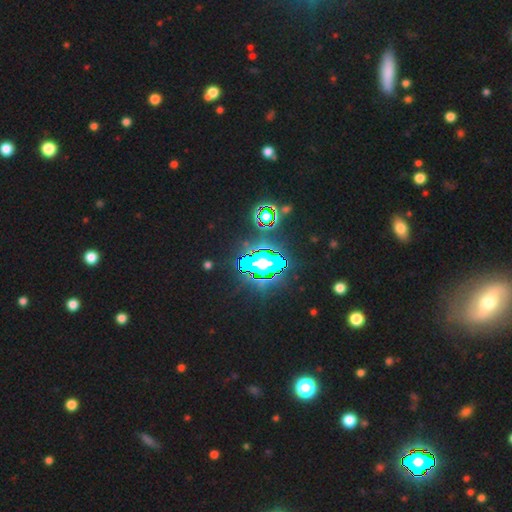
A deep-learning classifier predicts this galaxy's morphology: The model was most divided on "smooth or featured": star or artifact: 83%, smooth: 10%, featured or disk: 7%.